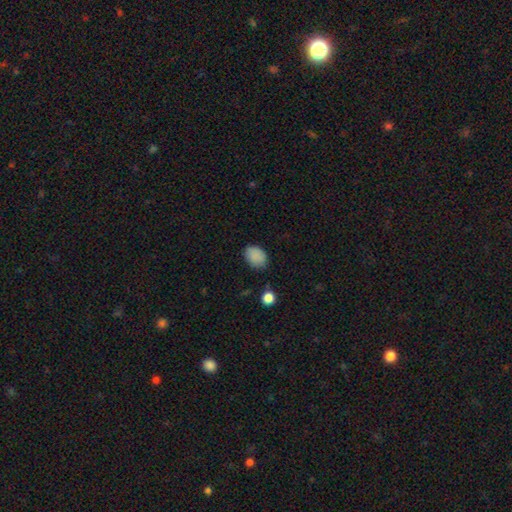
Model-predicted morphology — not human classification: Smooth or featured? Predicted: smooth (p=0.86). How rounded? Predicted: in between (p=0.68). Merging? Predicted: none (p=0.74).